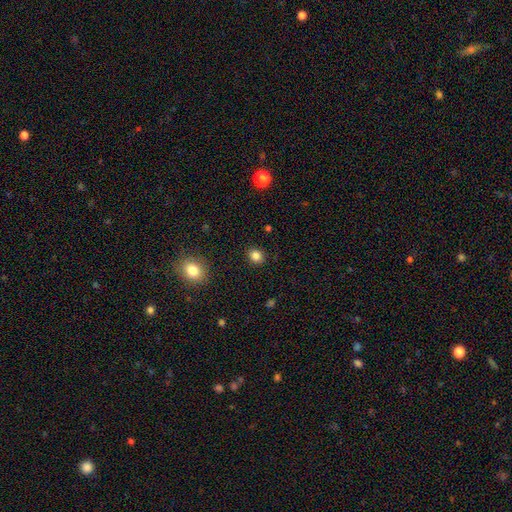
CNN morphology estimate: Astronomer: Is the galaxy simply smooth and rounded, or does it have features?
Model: smooth — 84%.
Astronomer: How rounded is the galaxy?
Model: round — 69%.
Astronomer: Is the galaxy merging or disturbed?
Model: none — 89%.